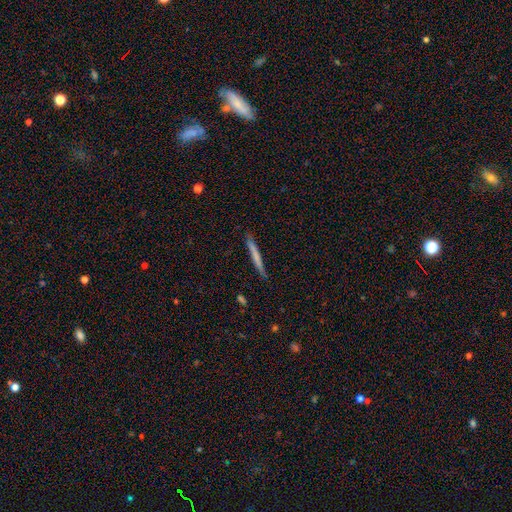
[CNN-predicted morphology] type=smooth (63%); roundness=cigar-shaped (97%); merging=none (87%).